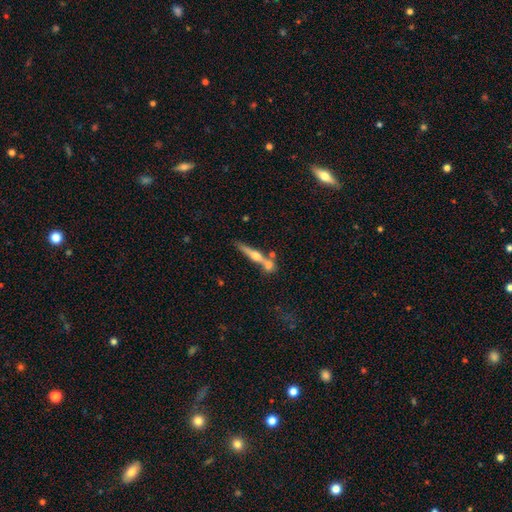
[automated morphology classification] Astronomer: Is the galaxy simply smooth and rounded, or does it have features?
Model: featured or disk — 62%.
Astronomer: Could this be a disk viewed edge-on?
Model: yes — 95%.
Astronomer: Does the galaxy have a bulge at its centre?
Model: rounded — 90%.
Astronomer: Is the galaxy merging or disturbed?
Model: none — 60%.